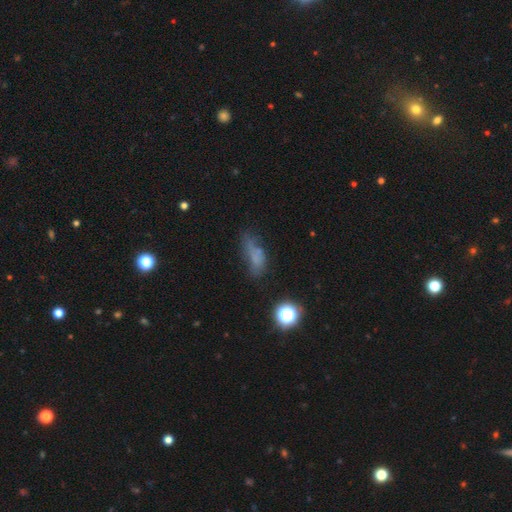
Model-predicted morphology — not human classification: Smooth or featured? smooth (53%)
How rounded? in between (67%)
Merging? none (36%)